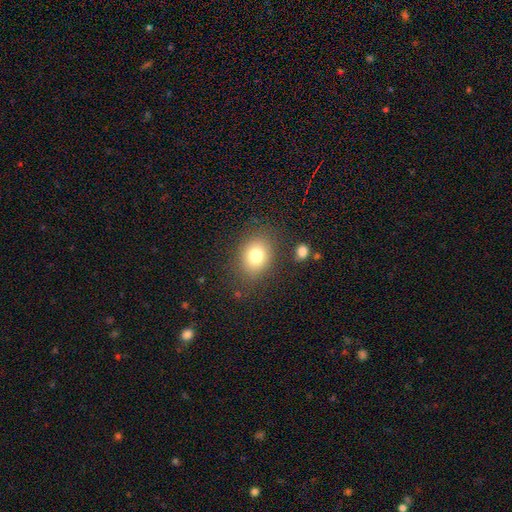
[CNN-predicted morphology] type=smooth (78%); roundness=in between (53%); merging=none (79%).